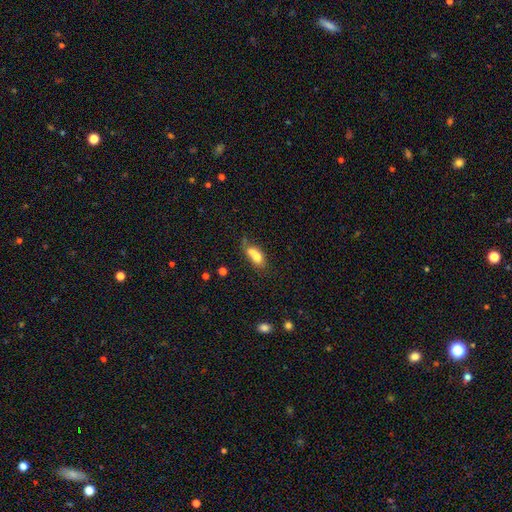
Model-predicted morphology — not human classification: A smooth galaxy with no disk features (67%) that is in between round and cigar-shaped (68%).

Vote fractions:
- Smooth or featured? smooth: 67% / featured or disk: 23% / star or artifact: 10%
- How rounded? in between: 68% / round: 24% / cigar-shaped: 8%
- Merging? merger: 61% / none: 22% / minor disturbance: 10% / major disturbance: 7%